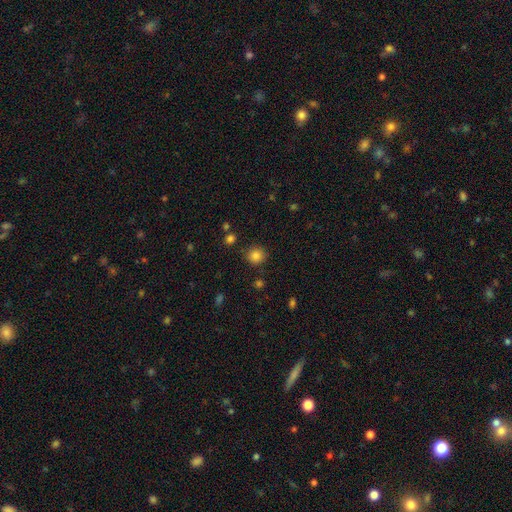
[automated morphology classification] type=smooth (84%); roundness=round (90%); merging=none (87%).